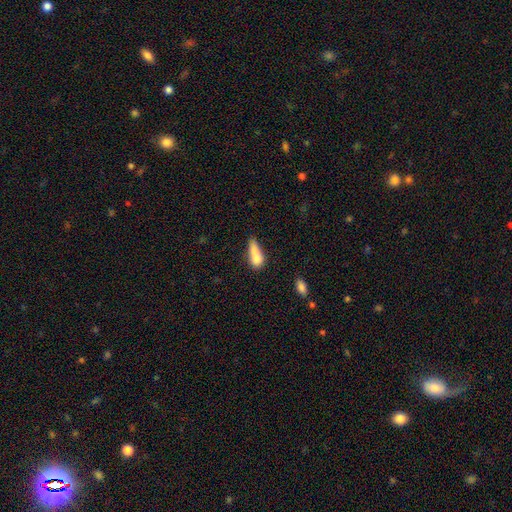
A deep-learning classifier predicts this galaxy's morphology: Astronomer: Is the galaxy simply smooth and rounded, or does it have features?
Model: smooth — 74%.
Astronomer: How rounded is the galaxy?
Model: in between — 60%.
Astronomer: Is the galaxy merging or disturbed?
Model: merger — 37% (runner-up: none, 29%).